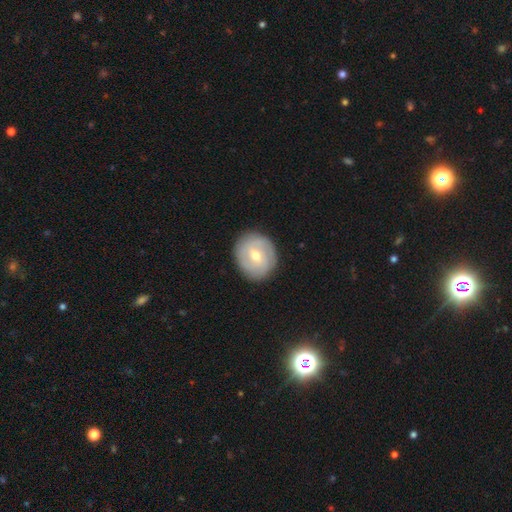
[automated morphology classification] Q: Smooth or featured?
A: featured or disk (56%); runner-up: smooth (37%)
Q: Edge-on disk?
A: no (96%); runner-up: yes (4%)
Q: Bar?
A: weak (46%); runner-up: no (40%)
Q: Spiral arms?
A: yes (66%); runner-up: no (34%)
Q: Bulge size?
A: moderate (65%); runner-up: small (31%)
Q: Merging?
A: none (87%); runner-up: minor disturbance (9%)